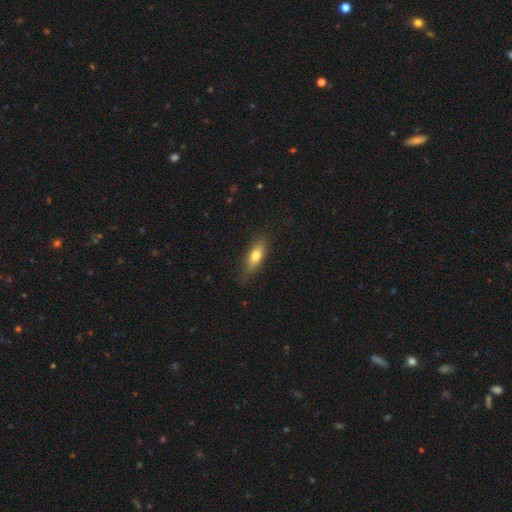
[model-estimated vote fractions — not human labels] Smooth or featured? smooth (72%)
How rounded? in between (61%)
Merging? none (77%)